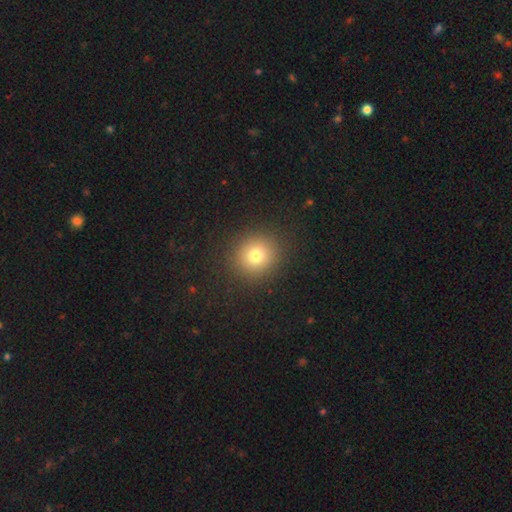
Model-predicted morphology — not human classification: Overall: smooth (76%). How rounded: round (88%). Merging: none (90%).